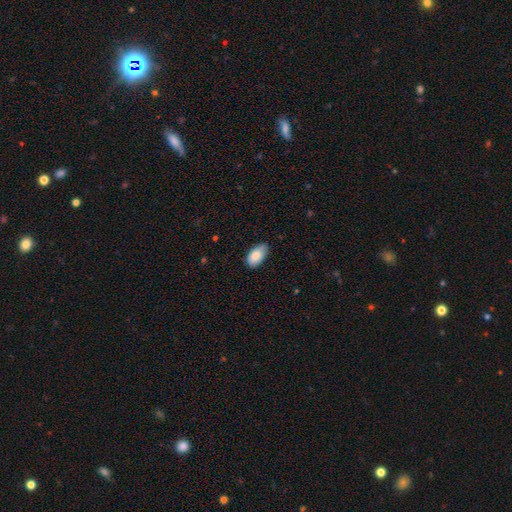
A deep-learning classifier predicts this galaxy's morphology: Smooth or featured?
  - smooth: 84% *
  - featured or disk: 9%
  - star or artifact: 6%
How rounded?
  - in between: 95% *
  - round: 3%
  - cigar-shaped: 2%
Merging?
  - none: 73% *
  - minor disturbance: 23%
  - major disturbance: 3%
  - merger: 1%